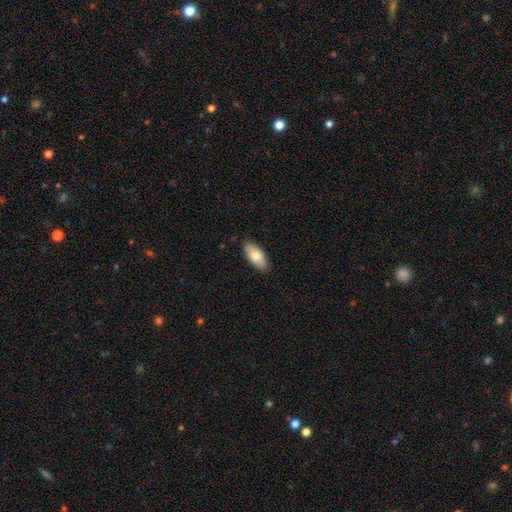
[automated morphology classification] smooth_or_featured: smooth (p=0.77) [alt: featured or disk p=0.17]
how_rounded: in between (p=0.88) [alt: cigar-shaped p=0.10]
merging: none (p=0.87) [alt: minor disturbance p=0.10]